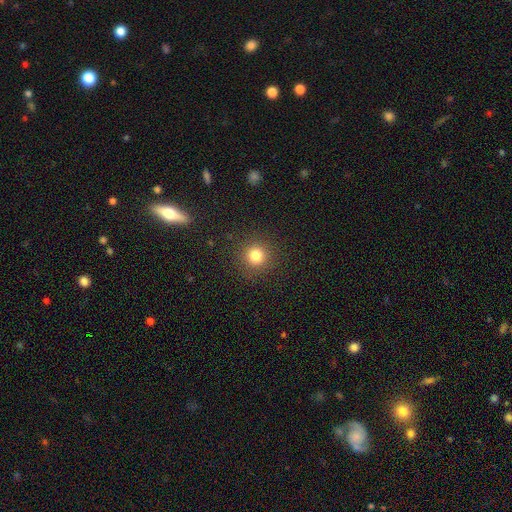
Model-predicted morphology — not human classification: This is clearly a smooth galaxy (82%). How rounded: clearly round (94%). Merging: clearly none (90%).